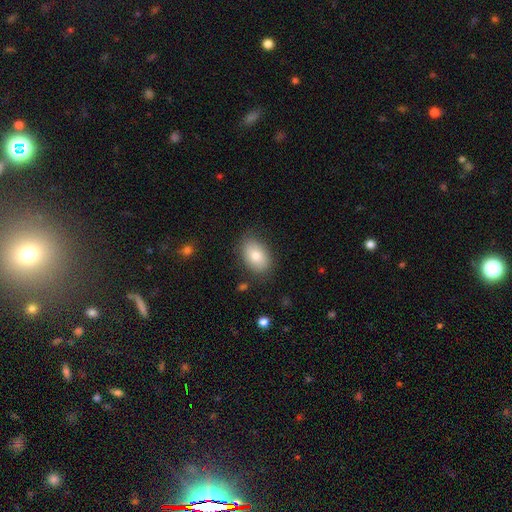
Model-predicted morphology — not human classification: Smooth or featured? smooth (79%)
How rounded? in between (88%)
Merging? none (82%)